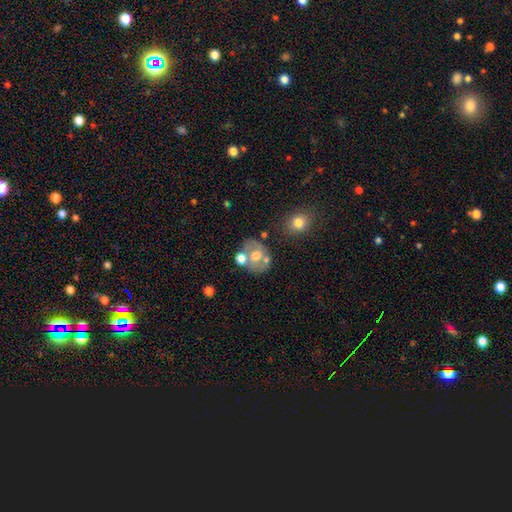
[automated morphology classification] smooth_or_featured: featured or disk (p=0.49) [alt: smooth p=0.42]
merging: none (p=0.54) [alt: merger p=0.23]